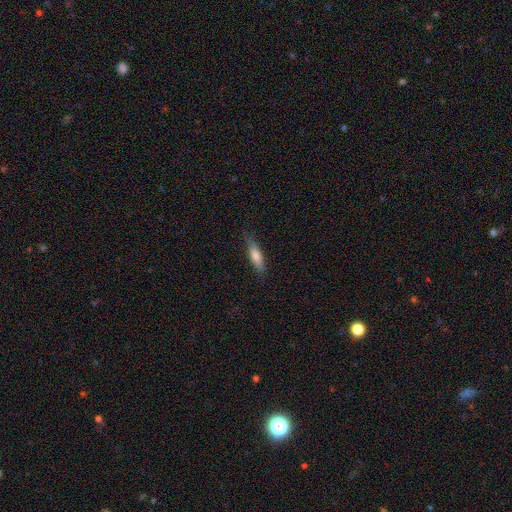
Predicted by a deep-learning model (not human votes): Morphology: type=smooth (71%); roundness=cigar-shaped (66%); merging=none (80%).